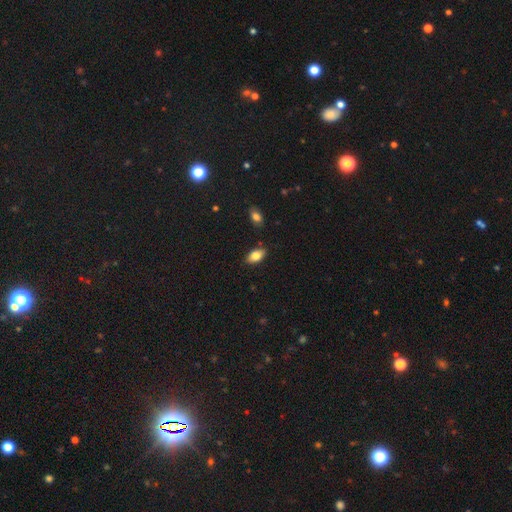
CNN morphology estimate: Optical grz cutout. It shows a smooth galaxy with no disk features (78%) that is in between round and cigar-shaped (90%). Merging: none (85%).